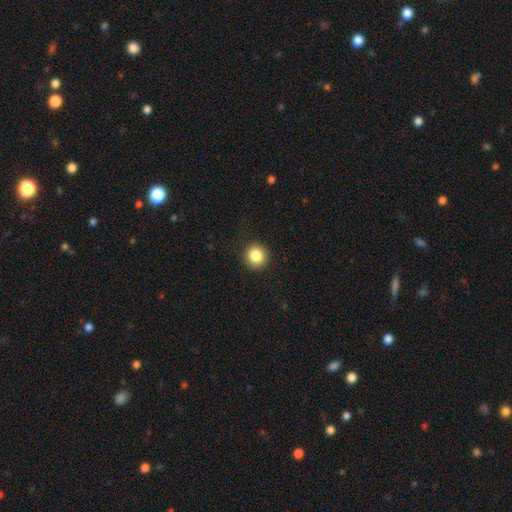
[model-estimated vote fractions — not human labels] Smooth or featured: smooth — 85% (star or artifact — 10%)
How rounded: round — 93% (in between — 6%)
Merging: none — 91% (minor disturbance — 6%)